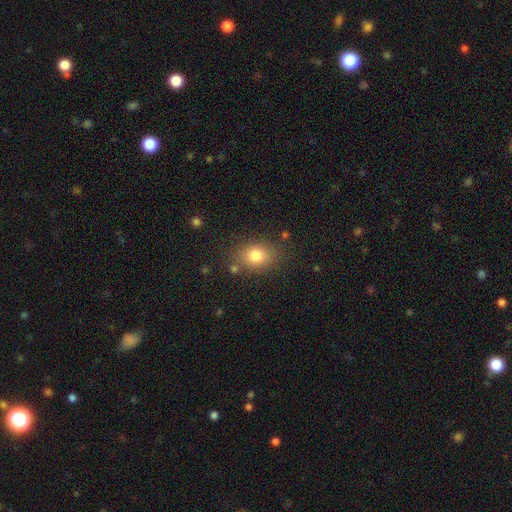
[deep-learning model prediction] Morphology: type=smooth (80%); roundness=in between (57%); merging=none (78%).